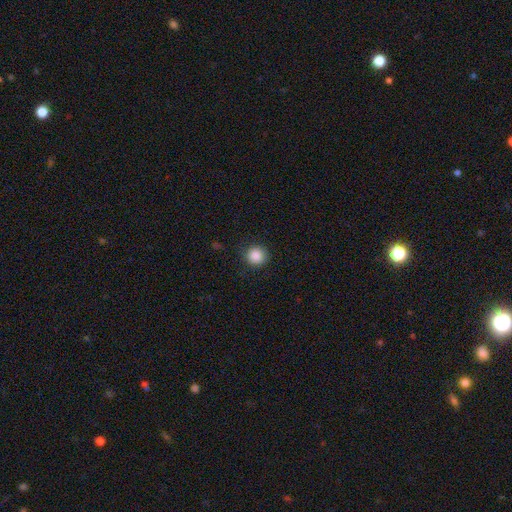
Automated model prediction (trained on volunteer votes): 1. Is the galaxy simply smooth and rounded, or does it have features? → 87% smooth, 10% star or artifact, 3% featured or disk.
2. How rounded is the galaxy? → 92% round, 7% in between, 1% cigar-shaped.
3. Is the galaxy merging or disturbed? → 89% none, 8% minor disturbance, 3% major disturbance, 1% merger.